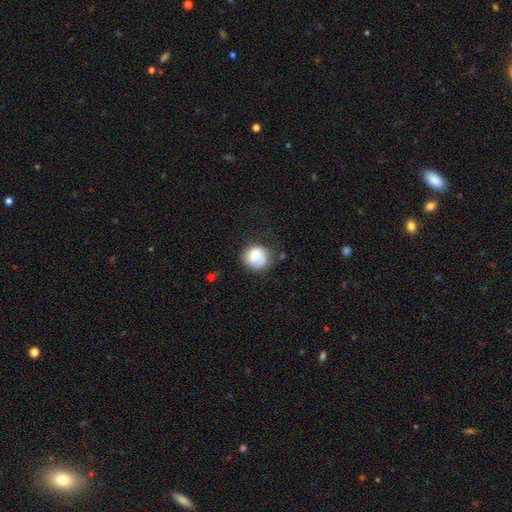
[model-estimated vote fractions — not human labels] A smooth galaxy with no disk features (72%) that is round (85%). Merging: none (62%).